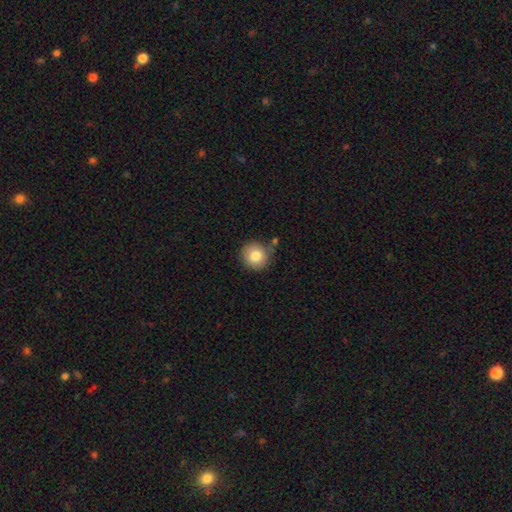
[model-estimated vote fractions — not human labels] Q: Smooth or featured?
A: smooth (82%); runner-up: star or artifact (9%)
Q: How rounded?
A: round (93%); runner-up: in between (6%)
Q: Merging?
A: none (76%); runner-up: minor disturbance (14%)